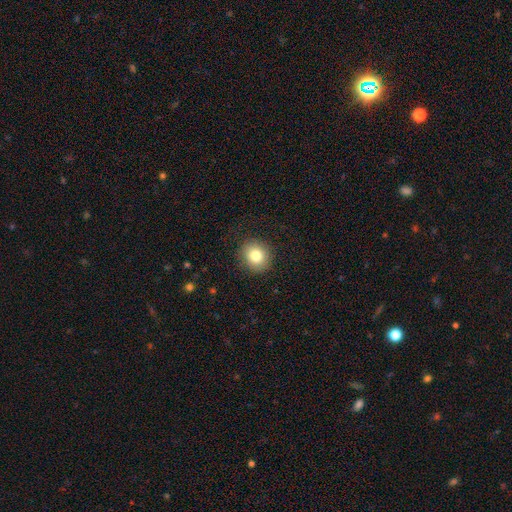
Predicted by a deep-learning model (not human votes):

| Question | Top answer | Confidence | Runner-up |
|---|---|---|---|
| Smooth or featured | smooth | 81% | star or artifact (10%) |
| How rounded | round | 81% | in between (18%) |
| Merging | none | 89% | minor disturbance (8%) |